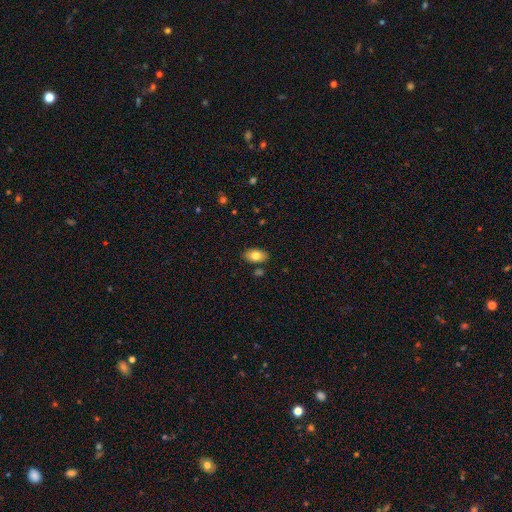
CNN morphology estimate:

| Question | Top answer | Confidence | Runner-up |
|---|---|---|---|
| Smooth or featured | smooth | 79% | featured or disk (14%) |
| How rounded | in between | 92% | round (5%) |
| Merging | none | 83% | minor disturbance (11%) |